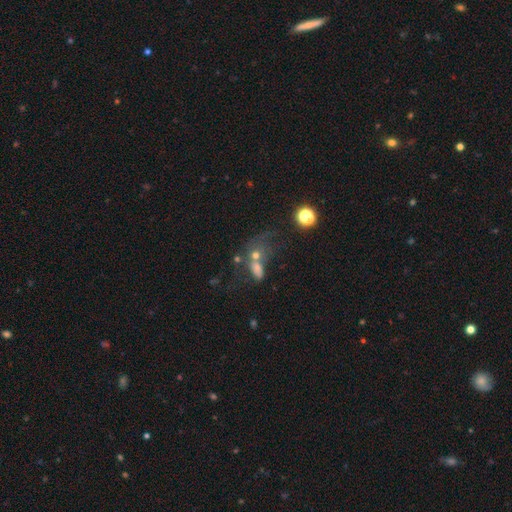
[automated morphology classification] The model was most divided on "smooth or featured": smooth: 43%, star or artifact: 29%, featured or disk: 29%. Remaining: merging — merger (49%).